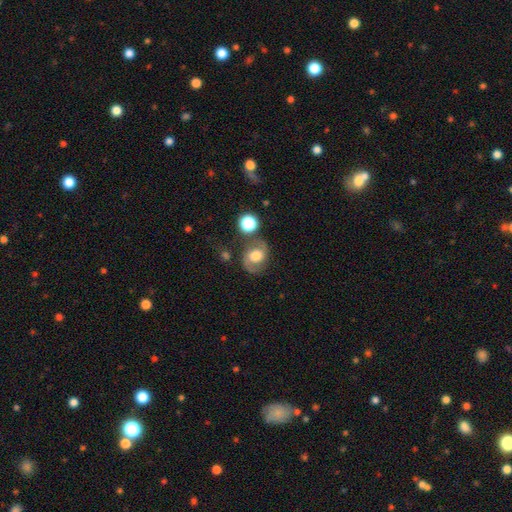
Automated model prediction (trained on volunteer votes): Smooth or featured?
  - featured or disk: 56% *
  - smooth: 35%
  - star or artifact: 9%
Edge-on disk?
  - no: 97% *
  - yes: 3%
Bar?
  - no: 63% *
  - weak: 29%
  - strong: 8%
Spiral arms?
  - yes: 79% *
  - no: 21%
Bulge size?
  - moderate: 45% *
  - large: 40%
  - small: 7%
  - dominant: 5%
  - none: 3%
Merging?
  - none: 65% *
  - minor disturbance: 18%
  - major disturbance: 9%
  - merger: 8%